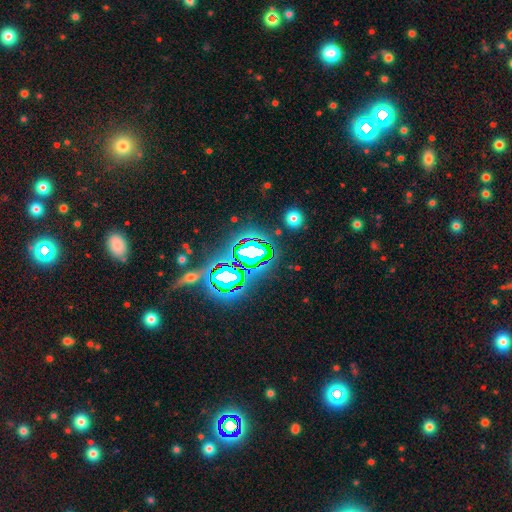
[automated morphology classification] A star or artifact, not a galaxy (81%).

Vote fractions:
- Smooth or featured? star or artifact: 81% / smooth: 11% / featured or disk: 8%